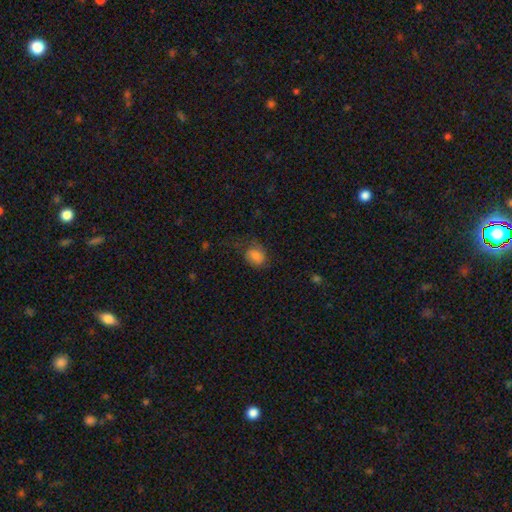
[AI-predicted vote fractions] Overall: smooth (78%). How rounded: in between (56%; round 43%). Merging: none (54%; minor disturbance 27%).